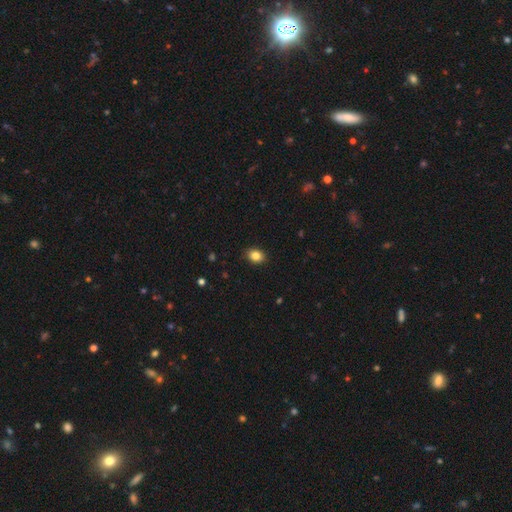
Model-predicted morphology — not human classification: Smooth or featured: smooth — 85% (star or artifact — 10%)
How rounded: in between — 63% (round — 36%)
Merging: none — 89% (minor disturbance — 8%)